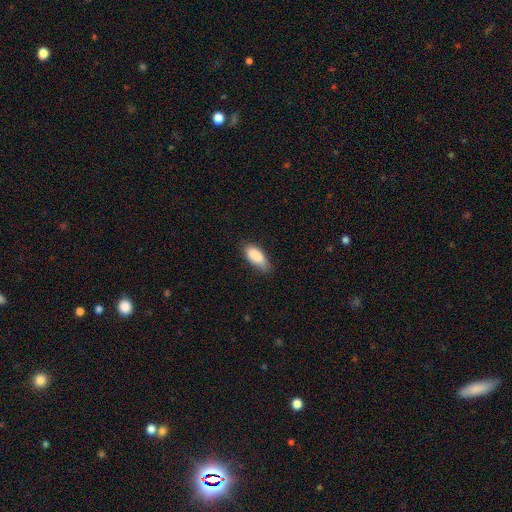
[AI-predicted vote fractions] Smooth or featured?
  - smooth: 88% *
  - star or artifact: 6%
  - featured or disk: 6%
How rounded?
  - in between: 87% *
  - cigar-shaped: 11%
  - round: 2%
Merging?
  - none: 65% *
  - minor disturbance: 29%
  - major disturbance: 5%
  - merger: 1%